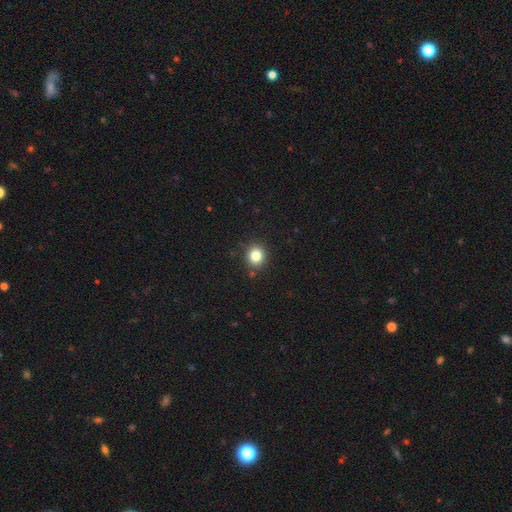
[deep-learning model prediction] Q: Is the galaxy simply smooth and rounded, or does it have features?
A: smooth — 82%.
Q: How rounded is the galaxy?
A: round — 85%.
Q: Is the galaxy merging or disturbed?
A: none — 89%.